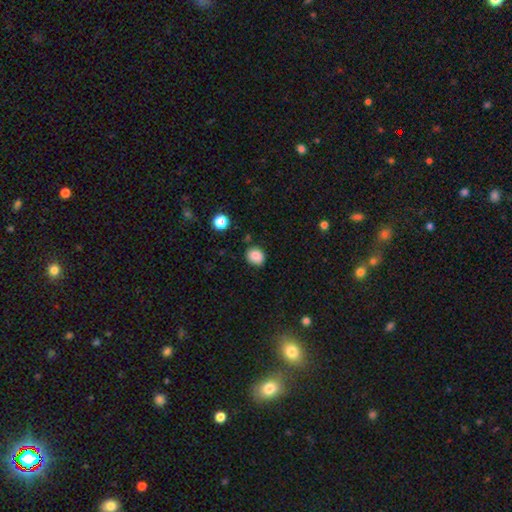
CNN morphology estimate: Overall: smooth (86%). How rounded: round (64%; in between 35%). Merging: none (79%).